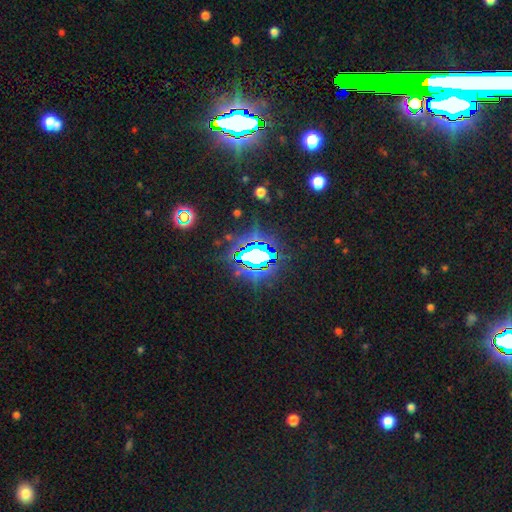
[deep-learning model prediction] This appears to be a star or artifact, not a galaxy (77%).